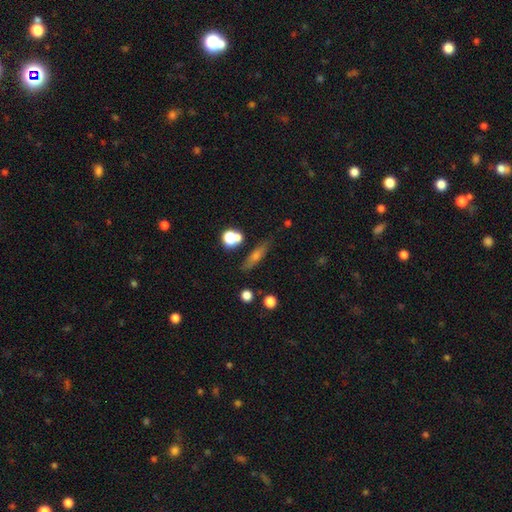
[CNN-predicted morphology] smooth-or-featured: smooth: 52% | featured or disk: 35% | star or artifact: 13%
  how-rounded: cigar-shaped: 64% | in between: 28% | round: 8%
  merging: none: 78% | minor disturbance: 13% | merger: 6% | major disturbance: 3%